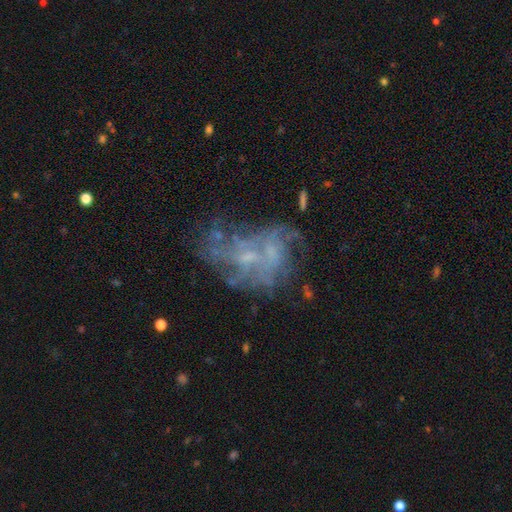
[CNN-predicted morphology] Smooth or featured? Predicted: featured or disk (p=0.67). Edge-on disk? Predicted: no (p=0.97). Bar? Predicted: no (p=0.76). Spiral arms? Predicted: no (p=0.58). Bulge size? Predicted: small (p=0.44). Merging? Predicted: none (p=0.44).